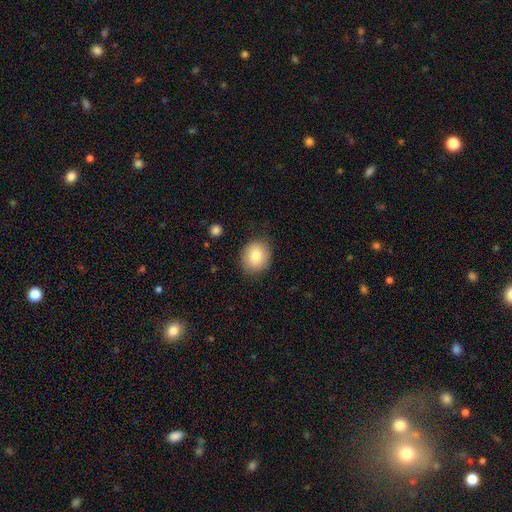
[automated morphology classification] Q: Smooth or featured?
A: smooth (82%); runner-up: featured or disk (9%)
Q: How rounded?
A: round (65%); runner-up: in between (34%)
Q: Merging?
A: none (84%); runner-up: minor disturbance (12%)